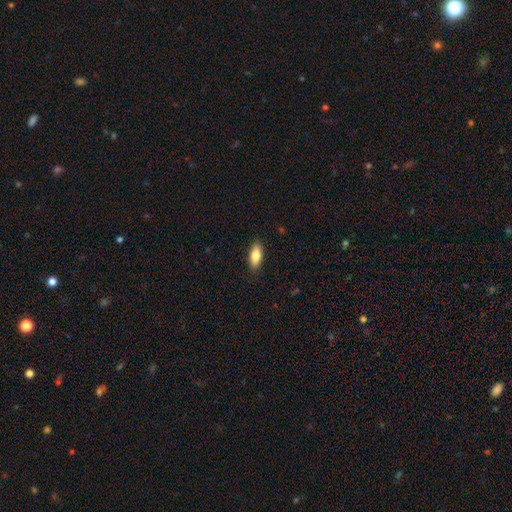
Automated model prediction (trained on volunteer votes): This appears to be a smooth galaxy with no disk features (79%) that is in between round and cigar-shaped (79%). Merging: none (89%).